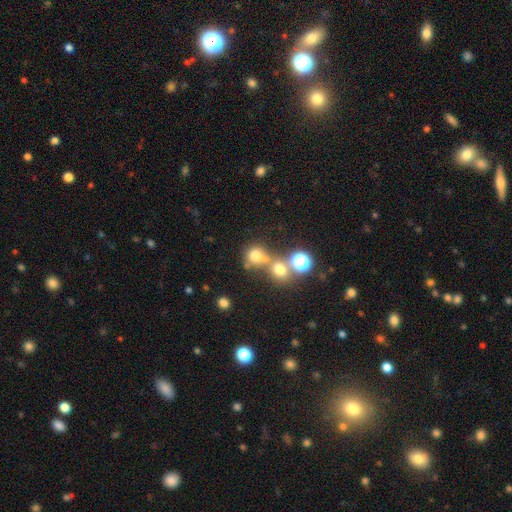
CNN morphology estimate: A smooth galaxy with no disk features (67%) that is round (81%). Merging: none (45%).